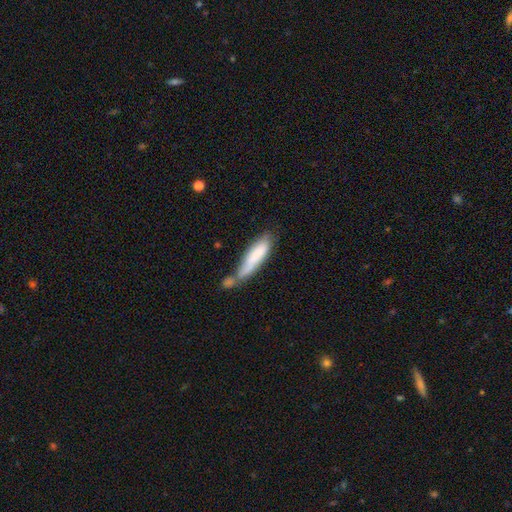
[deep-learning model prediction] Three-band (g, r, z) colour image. It shows a smooth galaxy with no disk features (76%) that is cigar-shaped (69%). Merging: merger (37%).